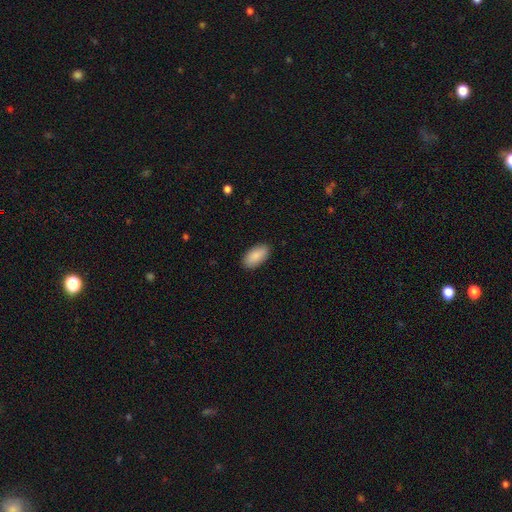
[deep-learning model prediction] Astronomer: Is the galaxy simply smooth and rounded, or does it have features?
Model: smooth — 89%.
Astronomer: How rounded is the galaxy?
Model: in between — 94%.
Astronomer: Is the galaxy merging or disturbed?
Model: none — 89%.